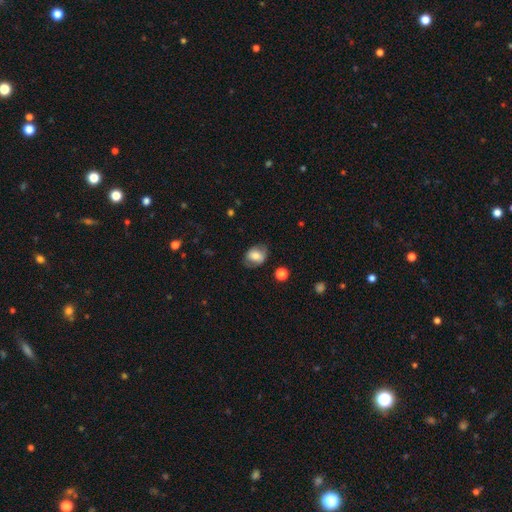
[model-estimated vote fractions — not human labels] Smooth or featured?
  - smooth: 67% *
  - featured or disk: 24%
  - star or artifact: 8%
How rounded?
  - in between: 57% *
  - round: 42%
  - cigar-shaped: 1%
Merging?
  - none: 65% *
  - minor disturbance: 24%
  - major disturbance: 9%
  - merger: 2%